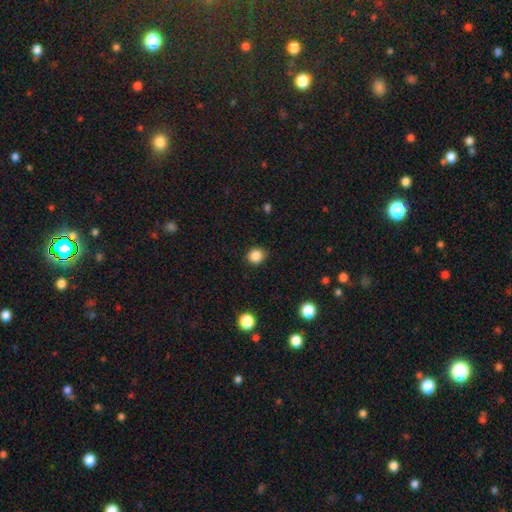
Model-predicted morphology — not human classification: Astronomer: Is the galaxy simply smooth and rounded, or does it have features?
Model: smooth — 86%.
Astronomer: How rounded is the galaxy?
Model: round — 83%.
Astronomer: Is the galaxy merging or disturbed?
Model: none — 86%.